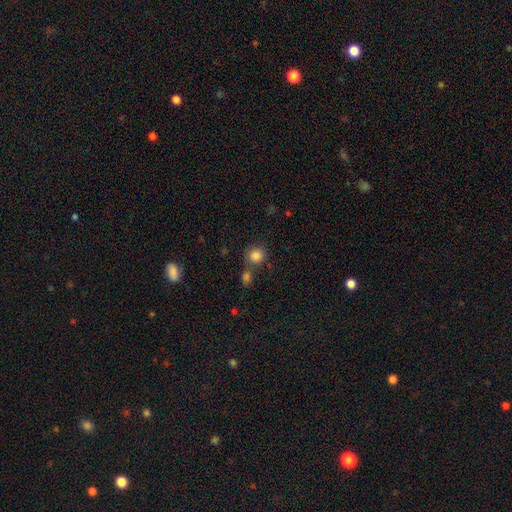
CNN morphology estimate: Q: Smooth or featured?
A: smooth (85%); runner-up: star or artifact (10%)
Q: How rounded?
A: round (88%); runner-up: in between (11%)
Q: Merging?
A: none (63%); runner-up: merger (24%)